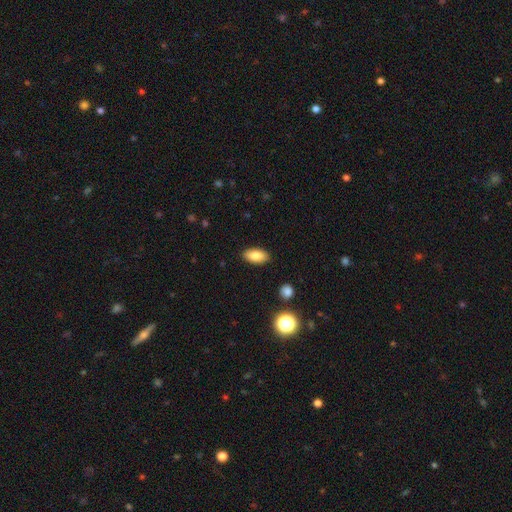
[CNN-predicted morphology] smooth-or-featured: smooth: 84% | star or artifact: 8% | featured or disk: 8%
  how-rounded: in between: 91% | cigar-shaped: 6% | round: 3%
  merging: none: 89% | minor disturbance: 8% | major disturbance: 2% | merger: 1%